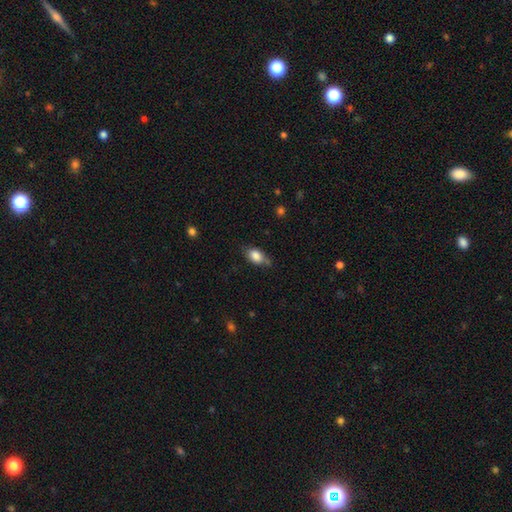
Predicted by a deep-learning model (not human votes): smooth 82%, featured or disk 10%, star or artifact 8%. Down the decision tree: how rounded — in between (85%); merging — none (58%).